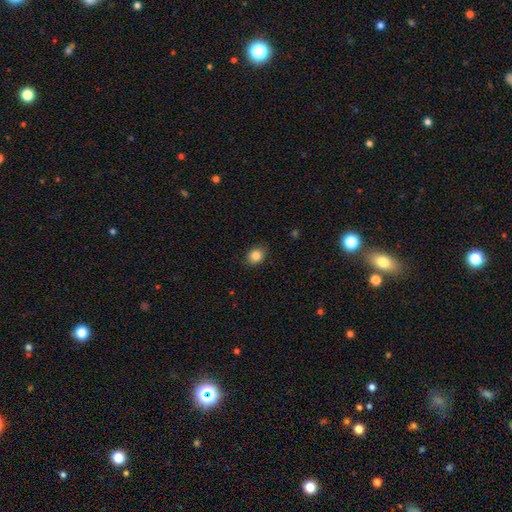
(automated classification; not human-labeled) A smooth galaxy with no disk features (85%) that is round (50%).

Vote fractions:
- Smooth or featured? smooth: 85% / star or artifact: 10% / featured or disk: 6%
- How rounded? round: 50% / in between: 49% / cigar-shaped: 1%
- Merging? none: 87% / minor disturbance: 10% / major disturbance: 2% / merger: 1%